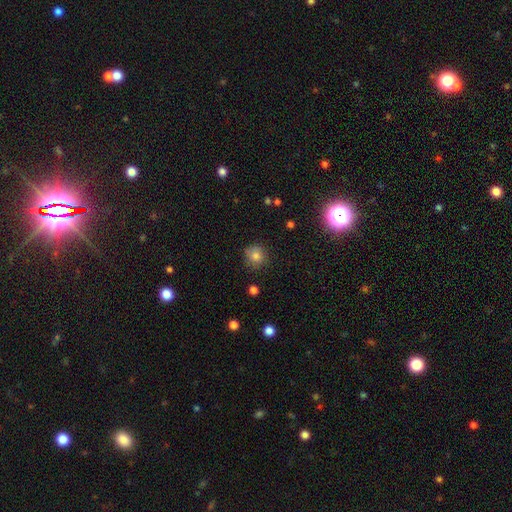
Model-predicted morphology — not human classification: Overall: smooth (80%). How rounded: round (90%). Merging: none (82%).